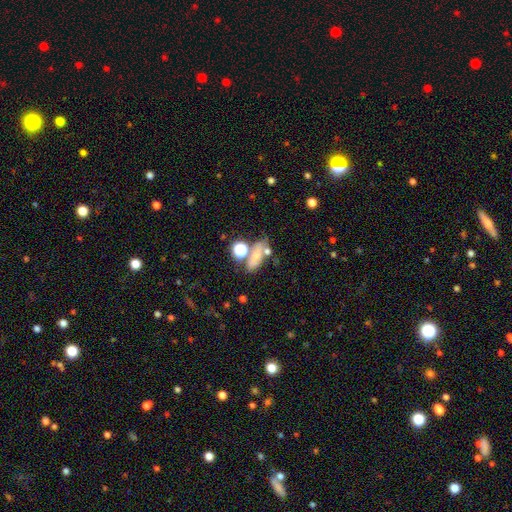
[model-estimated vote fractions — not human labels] Smooth or featured?
  - smooth: 56% *
  - featured or disk: 27%
  - star or artifact: 17%
How rounded?
  - in between: 62% *
  - round: 22%
  - cigar-shaped: 16%
Merging?
  - none: 43% *
  - merger: 29%
  - minor disturbance: 17%
  - major disturbance: 11%